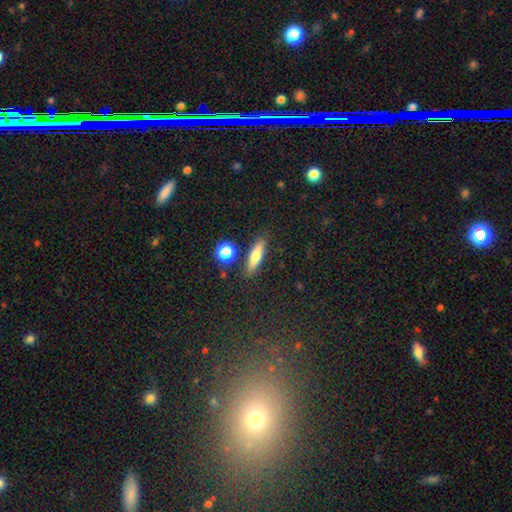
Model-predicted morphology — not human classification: type=smooth (71%); roundness=cigar-shaped (62%); merging=none (84%).